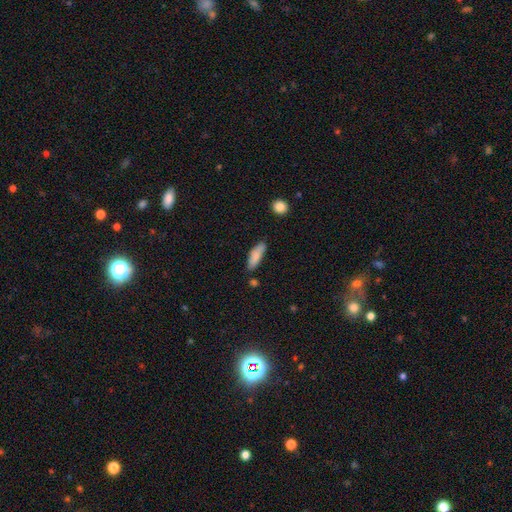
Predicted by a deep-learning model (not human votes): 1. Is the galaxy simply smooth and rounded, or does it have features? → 84% smooth, 10% featured or disk, 6% star or artifact.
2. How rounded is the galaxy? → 49% in between (tied), 49% cigar-shaped (tied), 2% round.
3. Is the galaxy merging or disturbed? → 74% none, 18% minor disturbance, 4% merger, 3% major disturbance.